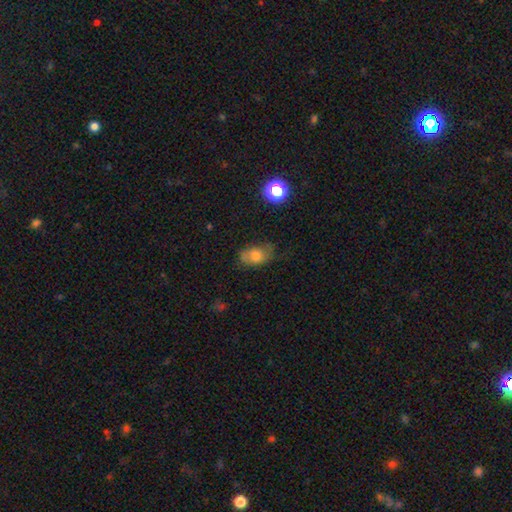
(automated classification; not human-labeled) smooth-or-featured: smooth: 69% | featured or disk: 21% | star or artifact: 11%
  how-rounded: in between: 82% | round: 16% | cigar-shaped: 2%
  merging: none: 54% | minor disturbance: 32% | major disturbance: 12% | merger: 2%